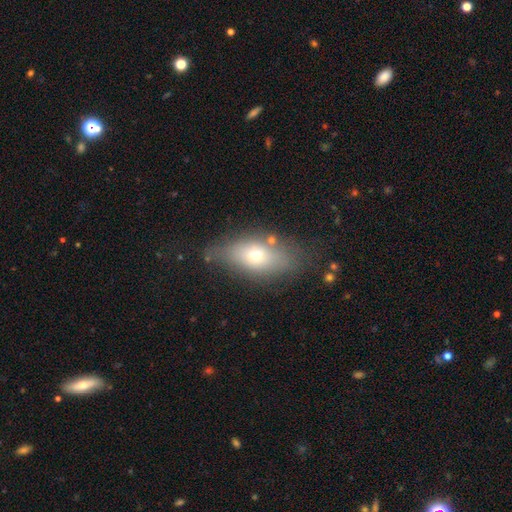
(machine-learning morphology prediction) Smooth or featured? Predicted: smooth (p=0.62). How rounded? Predicted: in between (p=0.78). Merging? Predicted: none (p=0.67).